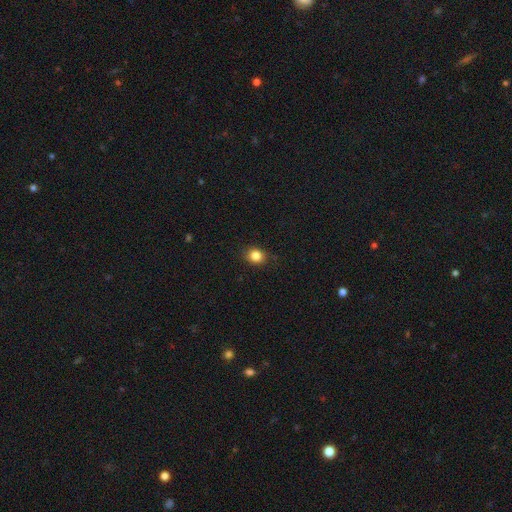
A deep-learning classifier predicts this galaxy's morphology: A smooth galaxy with no disk features (84%) that is round (72%). Merging: none (86%).